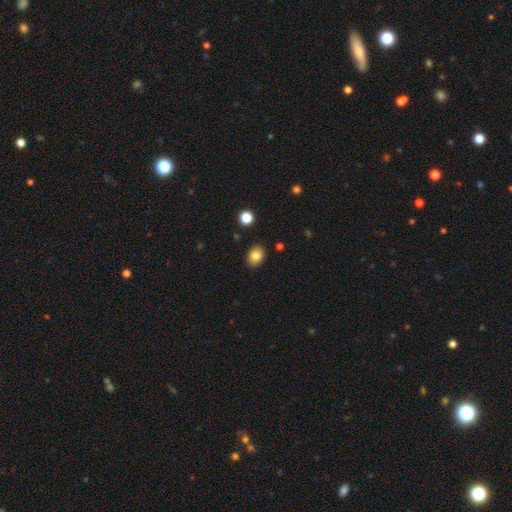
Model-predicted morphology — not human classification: Smooth or featured? Predicted: smooth (p=0.83). How rounded? Predicted: in between (p=0.70). Merging? Predicted: none (p=0.88).